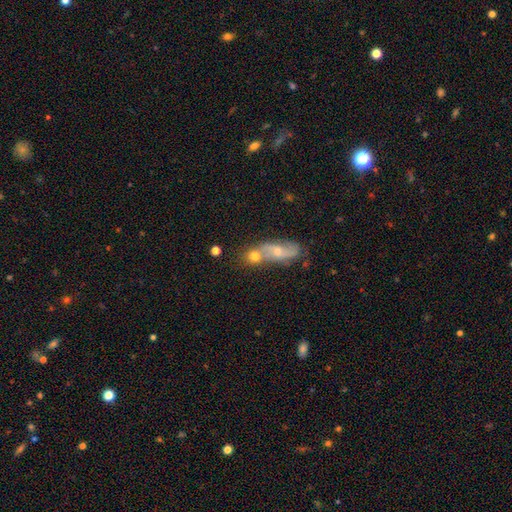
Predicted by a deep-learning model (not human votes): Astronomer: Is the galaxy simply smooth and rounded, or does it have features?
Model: featured or disk — 49% (runner-up: smooth, 38%).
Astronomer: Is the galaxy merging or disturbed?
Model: none — 42% (runner-up: merger, 38%).